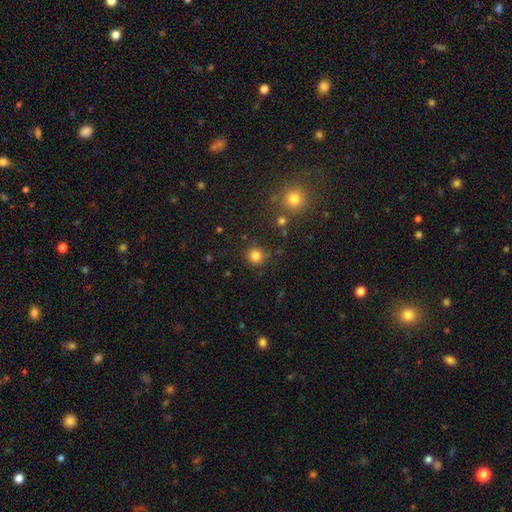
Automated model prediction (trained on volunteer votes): This is clearly a smooth galaxy (82%). How rounded: clearly round (90%). Merging: clearly none (82%).